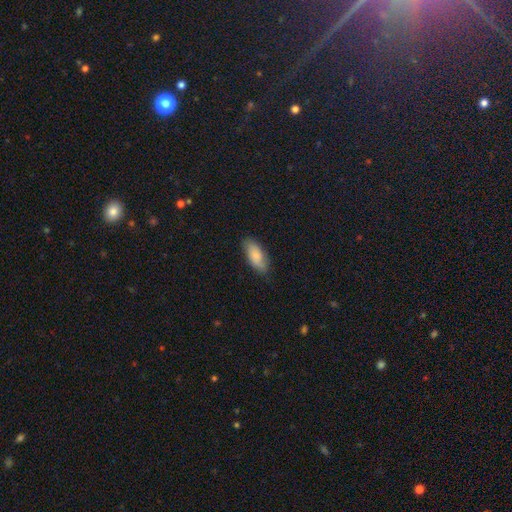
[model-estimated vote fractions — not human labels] Smooth or featured?
  - smooth: 80% *
  - featured or disk: 14%
  - star or artifact: 6%
How rounded?
  - in between: 85% *
  - cigar-shaped: 13%
  - round: 2%
Merging?
  - none: 79% *
  - minor disturbance: 17%
  - major disturbance: 3%
  - merger: 1%